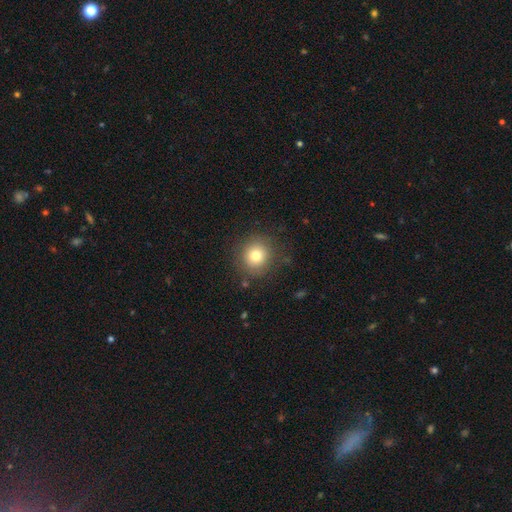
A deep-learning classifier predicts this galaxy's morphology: The model was most divided on "smooth or featured": smooth: 77%, star or artifact: 12%, featured or disk: 11%. More confident: how rounded — round (91%); merging — none (86%).